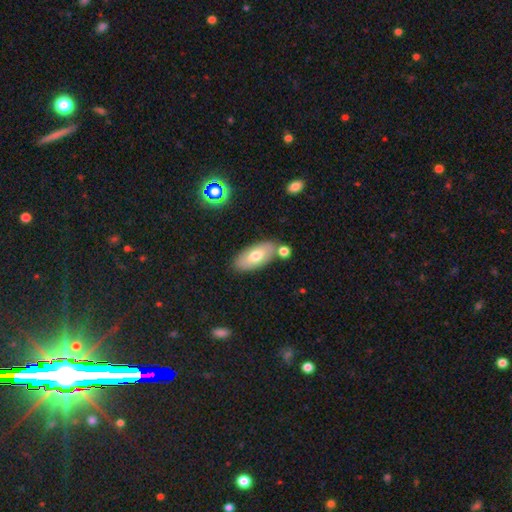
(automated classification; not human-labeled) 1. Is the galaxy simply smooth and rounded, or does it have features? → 67% smooth, 26% featured or disk, 7% star or artifact.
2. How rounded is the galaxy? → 87% in between, 10% cigar-shaped, 3% round.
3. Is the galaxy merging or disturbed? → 75% none, 12% minor disturbance, 10% merger, 3% major disturbance.